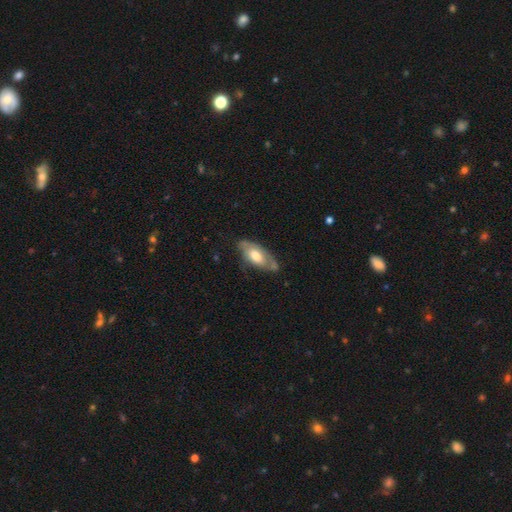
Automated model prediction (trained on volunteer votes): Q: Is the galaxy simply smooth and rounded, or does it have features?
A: smooth — 48%.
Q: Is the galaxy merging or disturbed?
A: none — 56%.